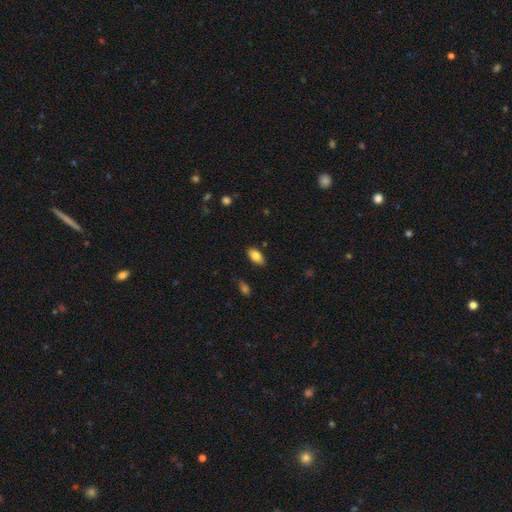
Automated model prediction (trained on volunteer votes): This is clearly a smooth galaxy (81%). How rounded: clearly in between (92%). Merging: clearly none (85%).